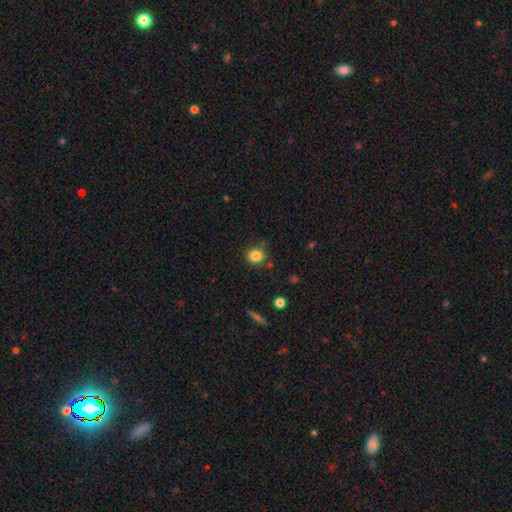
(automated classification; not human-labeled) A smooth galaxy with no disk features (84%) that is round (79%).

Vote fractions:
- Smooth or featured? smooth: 84% / star or artifact: 11% / featured or disk: 5%
- How rounded? round: 79% / in between: 20% / cigar-shaped: 1%
- Merging? none: 79% / minor disturbance: 14% / major disturbance: 4% / merger: 4%